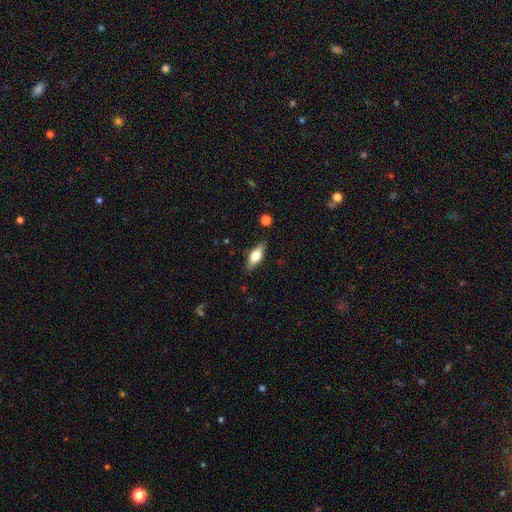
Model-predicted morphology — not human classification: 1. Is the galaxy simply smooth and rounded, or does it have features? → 59% smooth, 34% featured or disk, 7% star or artifact.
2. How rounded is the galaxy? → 70% in between, 26% cigar-shaped, 4% round.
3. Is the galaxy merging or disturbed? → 84% none, 12% minor disturbance, 3% major disturbance, 2% merger.